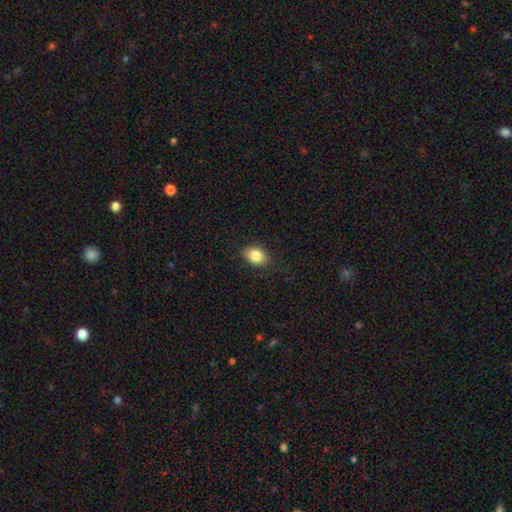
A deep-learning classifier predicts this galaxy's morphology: smooth 84%, star or artifact 9%, featured or disk 7%. Down the decision tree: how rounded — in between (68%); merging — none (86%).